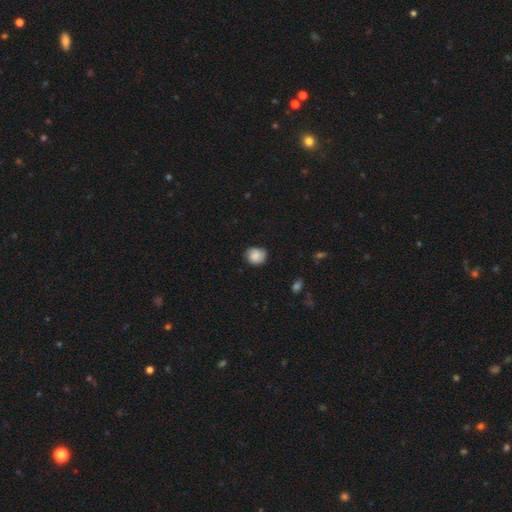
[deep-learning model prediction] A smooth galaxy with no disk features (79%) that is round (74%). Merging: none (74%).